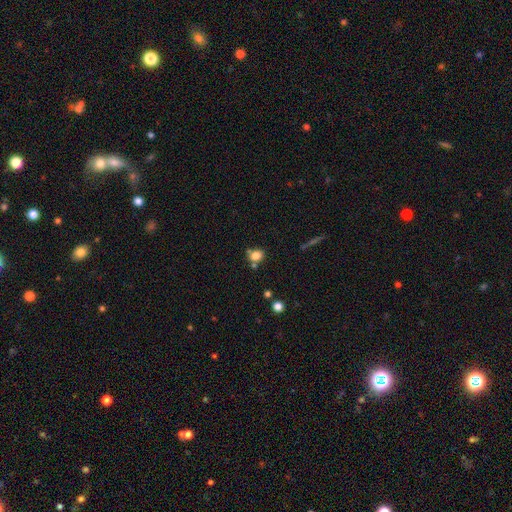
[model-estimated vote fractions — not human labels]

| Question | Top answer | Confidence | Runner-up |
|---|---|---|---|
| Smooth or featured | smooth | 79% | star or artifact (12%) |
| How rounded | round | 68% | in between (31%) |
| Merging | none | 61% | merger (20%) |